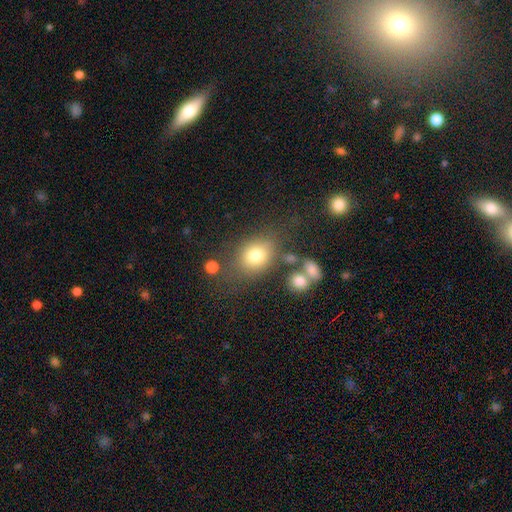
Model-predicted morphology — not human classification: Smooth or featured?
  - smooth: 77% *
  - star or artifact: 12%
  - featured or disk: 11%
How rounded?
  - in between: 50% *
  - round: 48%
  - cigar-shaped: 1%
Merging?
  - none: 65% *
  - minor disturbance: 17%
  - merger: 9%
  - major disturbance: 9%